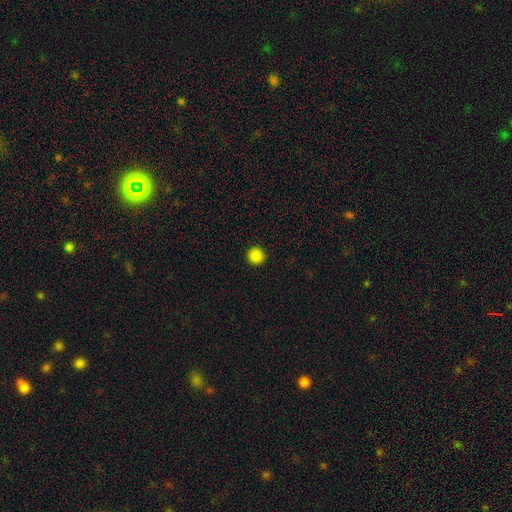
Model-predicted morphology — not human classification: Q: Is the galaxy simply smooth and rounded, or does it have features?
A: smooth — 87%.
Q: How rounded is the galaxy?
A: round — 95%.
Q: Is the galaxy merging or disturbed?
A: none — 93%.